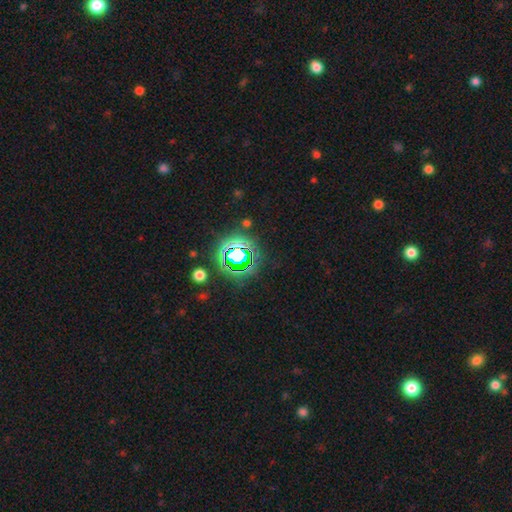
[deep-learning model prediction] A star or artifact, not a galaxy (79%).